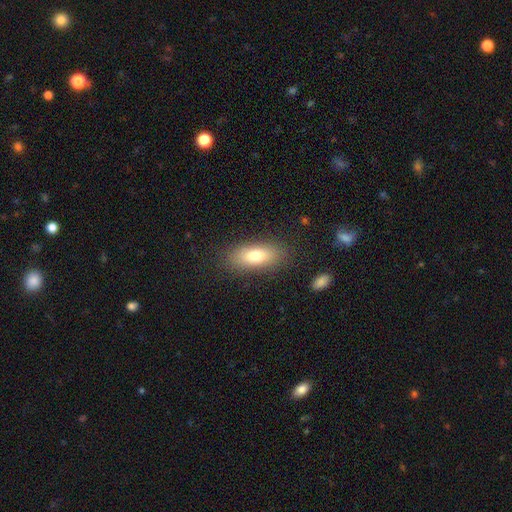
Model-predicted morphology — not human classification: This is likely a smooth galaxy (75%). How rounded: likely in between (78%). Merging: clearly none (84%).